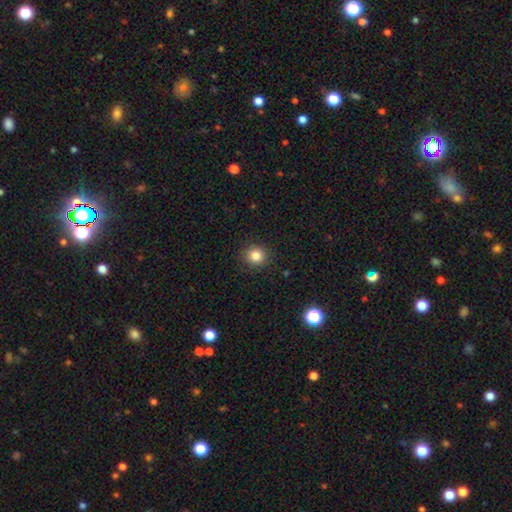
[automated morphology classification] This is clearly a smooth galaxy (83%). How rounded: clearly round (89%). Merging: clearly none (90%).